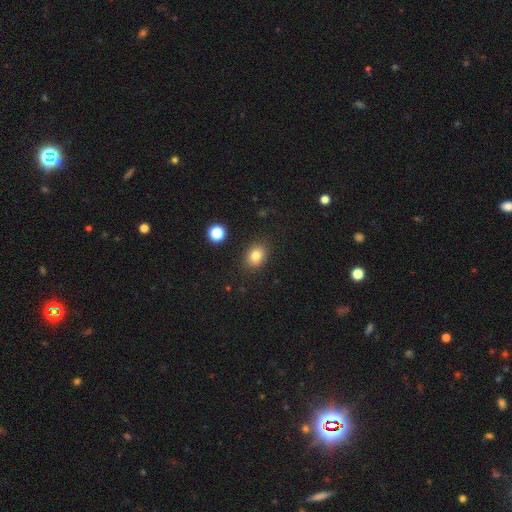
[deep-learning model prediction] Morphology: type=smooth (81%); roundness=in between (54%); merging=none (85%).